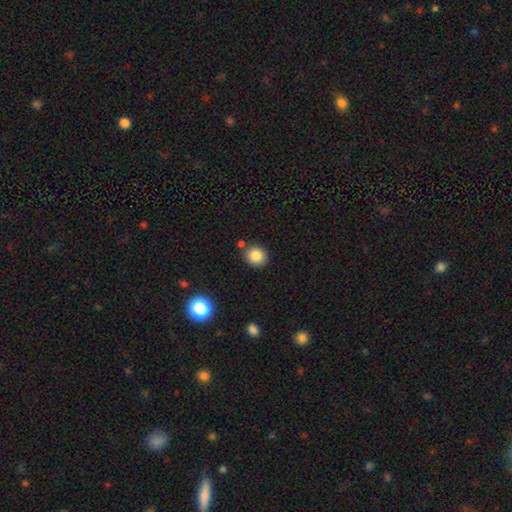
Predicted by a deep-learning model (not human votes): Smooth or featured? smooth (84%)
How rounded? round (86%)
Merging? none (82%)